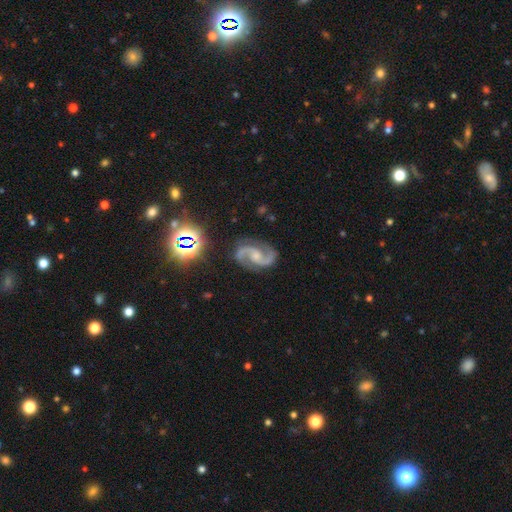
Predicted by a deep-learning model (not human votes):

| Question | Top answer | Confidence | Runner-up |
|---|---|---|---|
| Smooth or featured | featured or disk | 91% | star or artifact (6%) |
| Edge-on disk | no | 98% | yes (2%) |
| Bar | no | 51% | weak (38%) |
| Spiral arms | yes | 98% | no (2%) |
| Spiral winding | medium | 60% | loose (26%) |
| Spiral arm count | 2 | 94% | can't tell (1%) |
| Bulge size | moderate | 41% | small (40%) |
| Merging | none | 81% | minor disturbance (12%) |